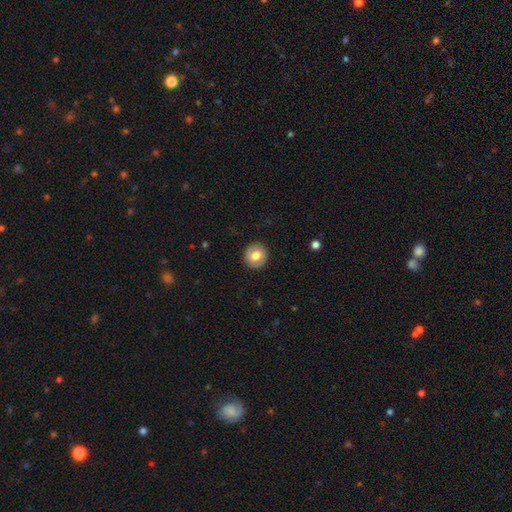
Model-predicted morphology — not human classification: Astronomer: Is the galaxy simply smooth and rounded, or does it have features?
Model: smooth — 69%.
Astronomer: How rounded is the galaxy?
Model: round — 90%.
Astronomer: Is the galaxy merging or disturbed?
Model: none — 89%.